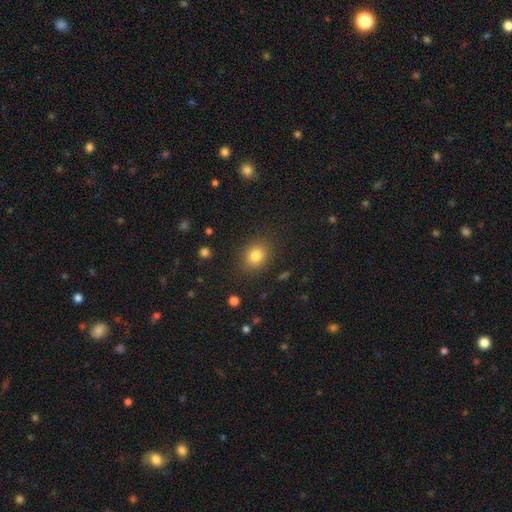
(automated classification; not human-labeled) This is clearly a smooth galaxy (81%). How rounded: likely round (66%). Merging: clearly none (86%).